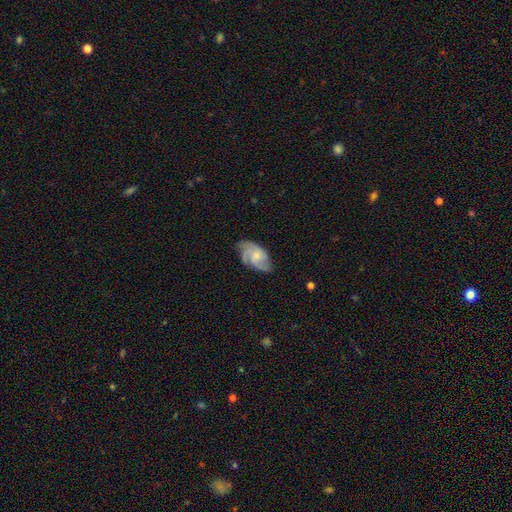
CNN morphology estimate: featured or disk 75%, smooth 19%, star or artifact 6%. Down the decision tree: edge-on disk — no (97%); bar — no (67%); spiral arms — yes (95%); spiral arm count — 3 (46%); spiral winding — medium (46%); bulge size — small (53%); merging — none (62%).